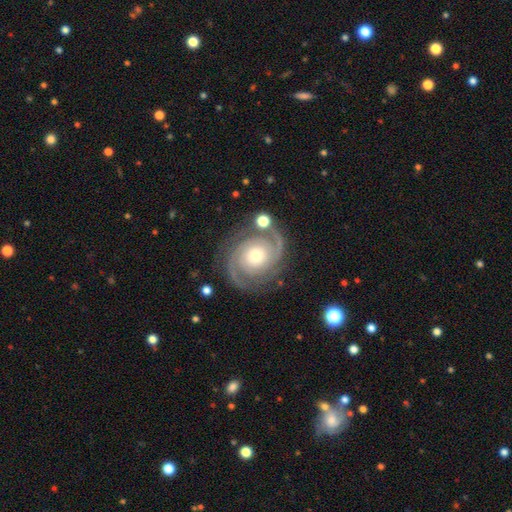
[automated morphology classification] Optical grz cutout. It shows a featured or disk galaxy (91%) with no bar (74%), 2 (86%) tight (62%) spiral arms (98%) and a moderate central bulge (65%). Merging: none (79%).